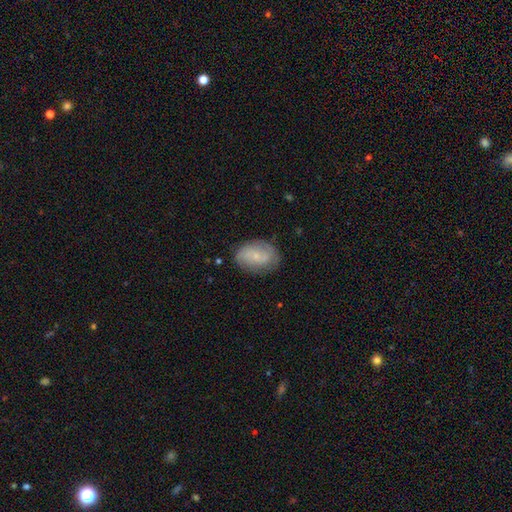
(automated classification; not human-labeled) Smooth or featured? smooth (49%)
Merging? none (74%)